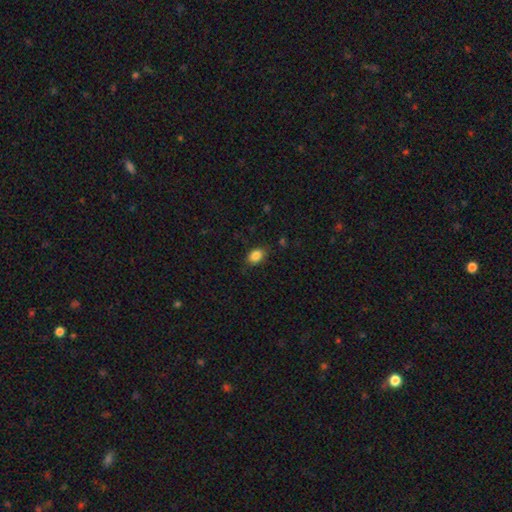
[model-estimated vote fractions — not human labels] Q: Smooth or featured?
A: smooth (86%); runner-up: star or artifact (9%)
Q: How rounded?
A: in between (81%); runner-up: round (18%)
Q: Merging?
A: none (80%); runner-up: minor disturbance (15%)